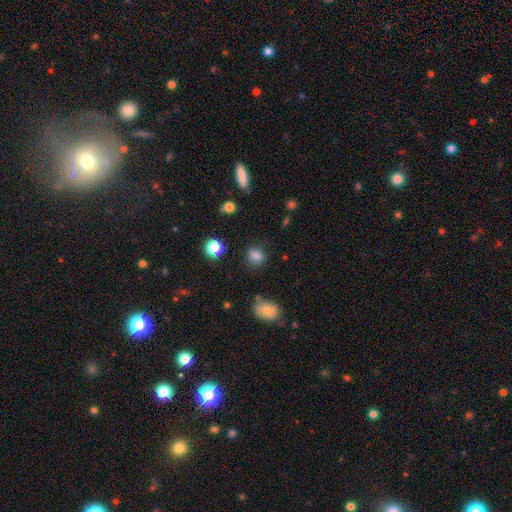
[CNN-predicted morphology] smooth_or_featured: smooth (p=0.82) [alt: star or artifact p=0.12]
how_rounded: round (p=0.69) [alt: in between p=0.30]
merging: none (p=0.83) [alt: minor disturbance p=0.11]